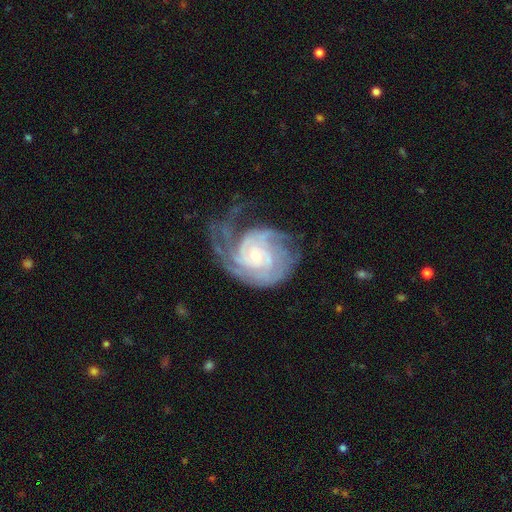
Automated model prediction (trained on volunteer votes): Smooth or featured? featured or disk (89%)
Edge-on disk? no (97%)
Bar? no (68%)
Spiral arms? yes (97%)
Spiral winding? tight (66%)
Spiral arm count? can't tell (26%)
Bulge size? small (63%)
Merging? none (49%)